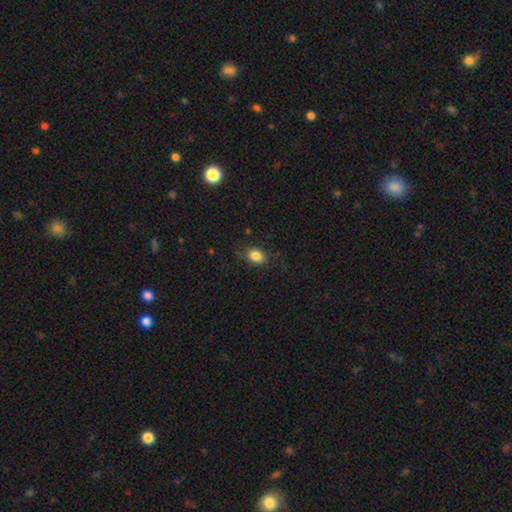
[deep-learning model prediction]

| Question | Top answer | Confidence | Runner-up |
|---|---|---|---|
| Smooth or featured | smooth | 85% | star or artifact (9%) |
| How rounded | in between | 72% | round (27%) |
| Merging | none | 80% | minor disturbance (14%) |